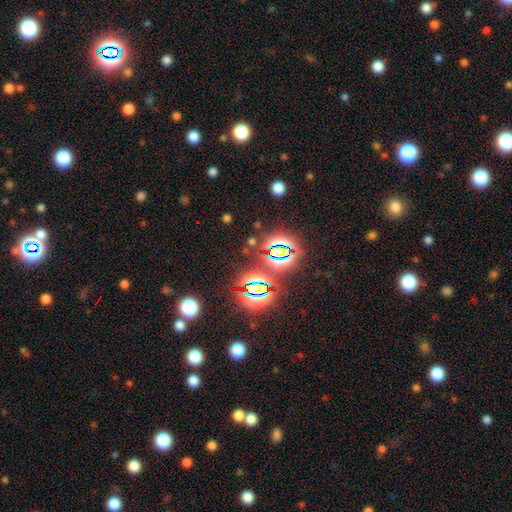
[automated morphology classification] Overall: star or artifact (77%).